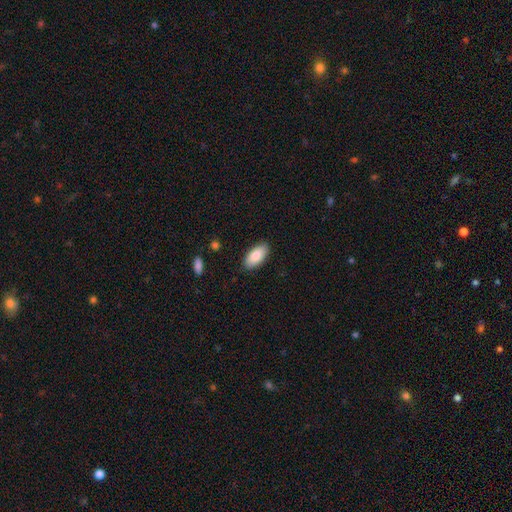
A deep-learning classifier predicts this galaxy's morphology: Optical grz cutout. It shows a smooth galaxy with no disk features (85%) that is in between round and cigar-shaped (93%). Merging: none (88%).